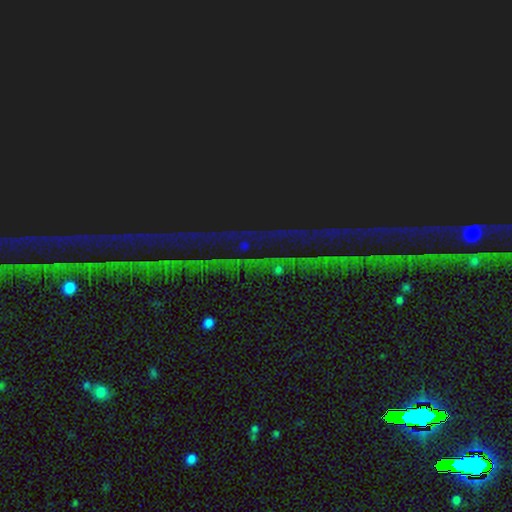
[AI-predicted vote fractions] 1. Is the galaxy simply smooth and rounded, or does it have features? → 82% star or artifact, 9% smooth, 9% featured or disk.